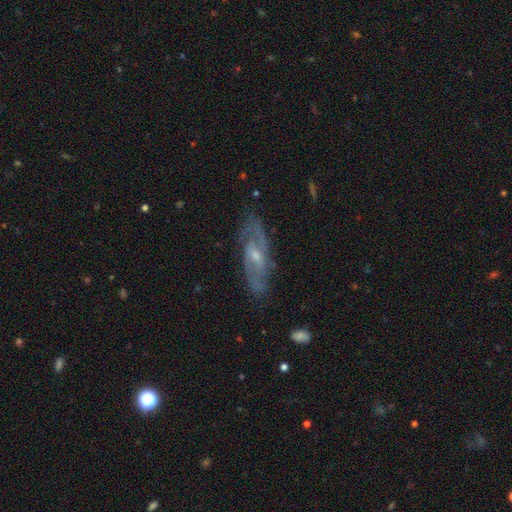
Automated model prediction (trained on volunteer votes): featured or disk 83%, smooth 12%, star or artifact 6%. Down the decision tree: edge-on disk — no (88%); bar — weak (51%); spiral arms — yes (92%); spiral arm count — 2 (74%); spiral winding — medium (50%); bulge size — small (52%); merging — none (77%).